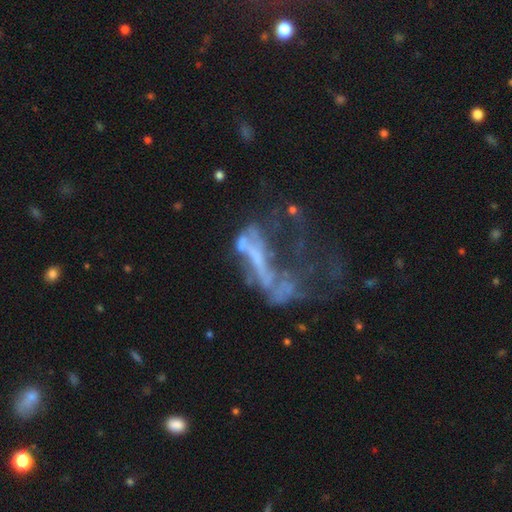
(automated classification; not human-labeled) Q: Smooth or featured?
A: featured or disk (62%); runner-up: star or artifact (20%)
Q: Edge-on disk?
A: no (90%); runner-up: yes (10%)
Q: Bar?
A: no (75%); runner-up: strong (12%)
Q: Spiral arms?
A: no (86%); runner-up: yes (14%)
Q: Bulge size?
A: none (69%); runner-up: small (15%)
Q: Merging?
A: major disturbance (49%); runner-up: merger (27%)